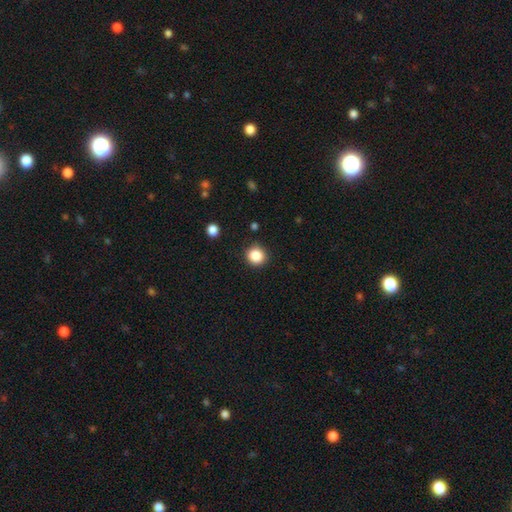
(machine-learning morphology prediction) type=smooth (86%); roundness=round (91%); merging=none (89%).